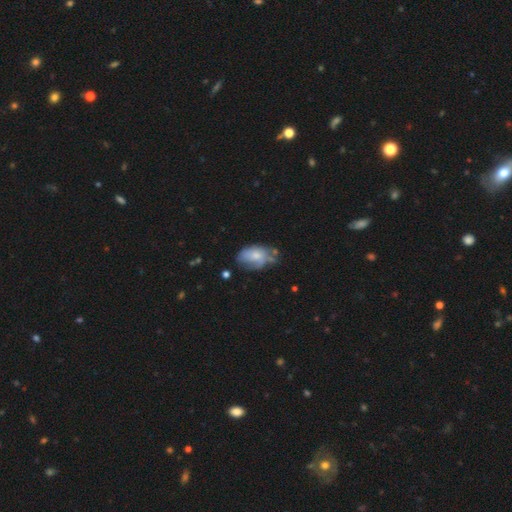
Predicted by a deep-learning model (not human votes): Q: Smooth or featured?
A: smooth (50%); runner-up: featured or disk (42%)
Q: Merging?
A: none (42%); runner-up: minor disturbance (33%)